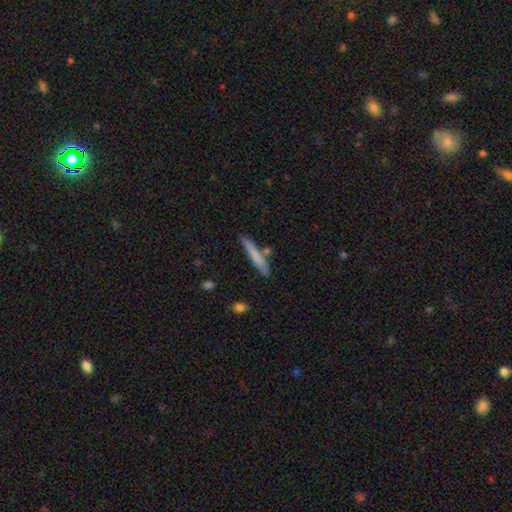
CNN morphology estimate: Q: Smooth or featured?
A: smooth (72%); runner-up: featured or disk (22%)
Q: How rounded?
A: cigar-shaped (94%); runner-up: in between (5%)
Q: Merging?
A: none (79%); runner-up: minor disturbance (13%)